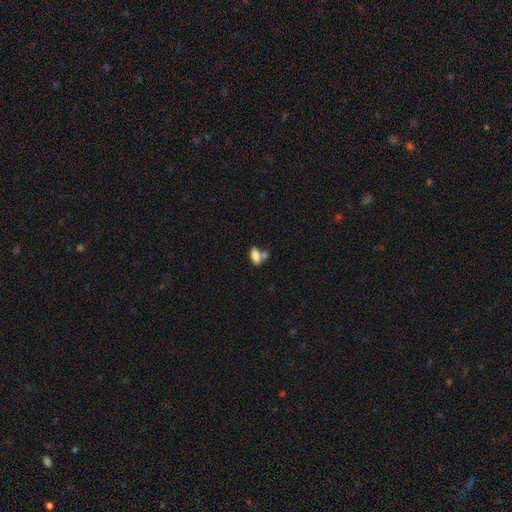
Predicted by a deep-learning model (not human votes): smooth 82%, featured or disk 10%, star or artifact 8%. Down the decision tree: how rounded — in between (88%); merging — none (42%).